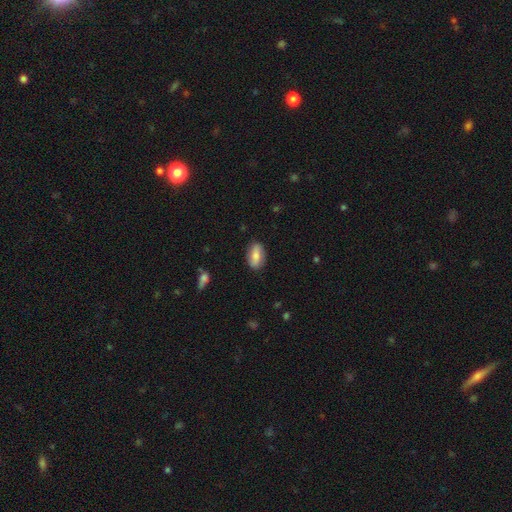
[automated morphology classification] Overall: smooth (79%). How rounded: in between (89%). Merging: none (84%).